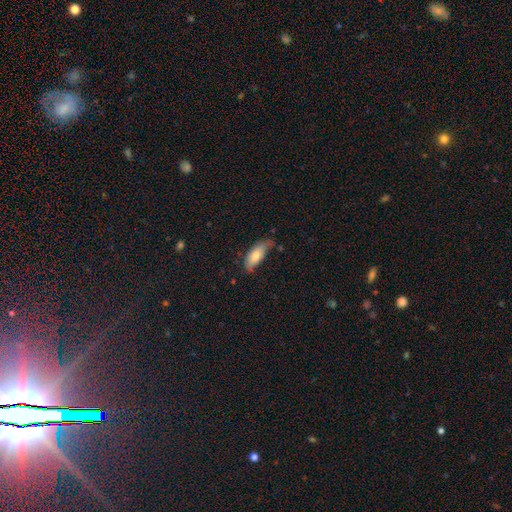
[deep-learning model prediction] Smooth or featured? smooth (73%)
How rounded? in between (80%)
Merging? none (48%)